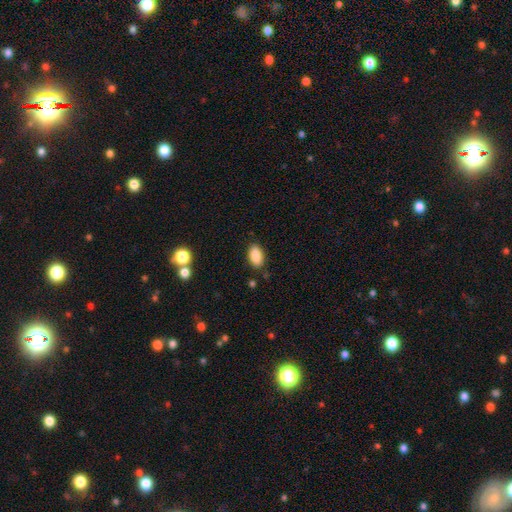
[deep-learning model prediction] This is clearly a smooth galaxy (88%). How rounded: clearly in between (93%). Merging: clearly none (85%).